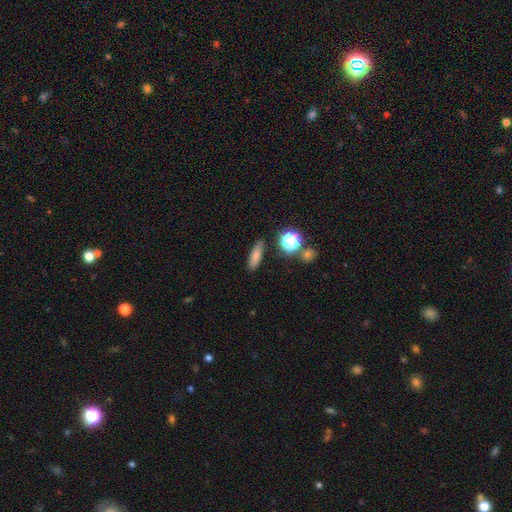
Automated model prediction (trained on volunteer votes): Smooth or featured? Predicted: smooth (p=0.74). How rounded? Predicted: cigar-shaped (p=0.45, tied with in between). Merging? Predicted: none (p=0.81).